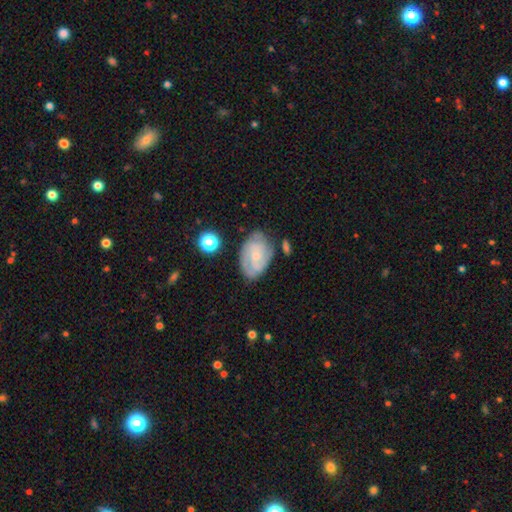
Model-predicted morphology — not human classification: Q: Smooth or featured?
A: featured or disk (71%); runner-up: smooth (22%)
Q: Edge-on disk?
A: no (97%); runner-up: yes (3%)
Q: Bar?
A: no (65%); runner-up: weak (30%)
Q: Spiral arms?
A: yes (91%); runner-up: no (9%)
Q: Spiral winding?
A: tight (54%); runner-up: medium (36%)
Q: Spiral arm count?
A: can't tell (30%); runner-up: 2 (29%)
Q: Bulge size?
A: small (71%); runner-up: moderate (21%)
Q: Merging?
A: none (69%); runner-up: minor disturbance (21%)